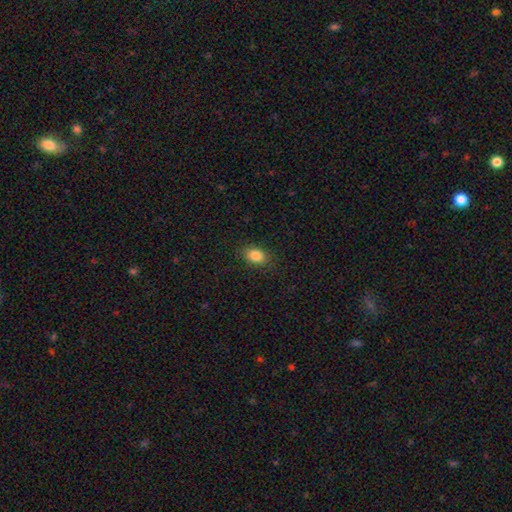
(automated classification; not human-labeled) Overall: smooth (84%). How rounded: in between (71%). Merging: none (86%).